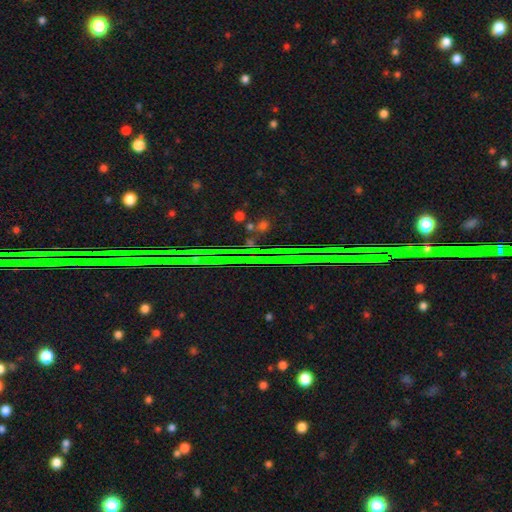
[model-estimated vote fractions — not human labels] The model was most divided on "smooth or featured": star or artifact: 87%, featured or disk: 7%, smooth: 6%.